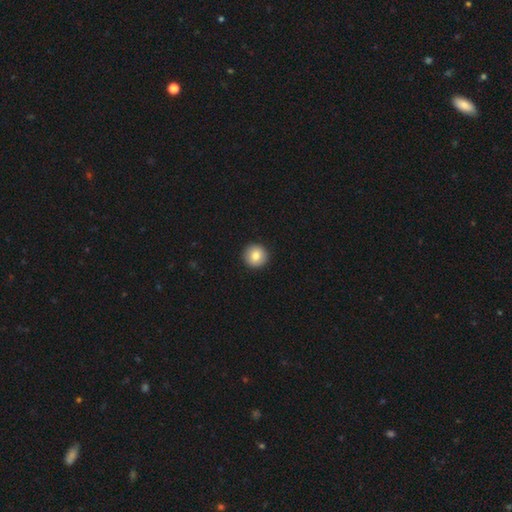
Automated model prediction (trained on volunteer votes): Overall: smooth (81%). How rounded: round (96%). Merging: none (93%).